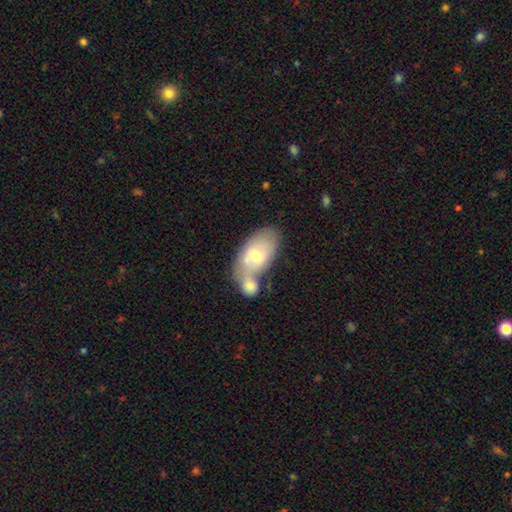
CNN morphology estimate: Smooth or featured?
  - smooth: 61% *
  - featured or disk: 33%
  - star or artifact: 6%
How rounded?
  - in between: 91% *
  - round: 6%
  - cigar-shaped: 3%
Merging?
  - merger: 55% *
  - none: 26%
  - minor disturbance: 12%
  - major disturbance: 6%